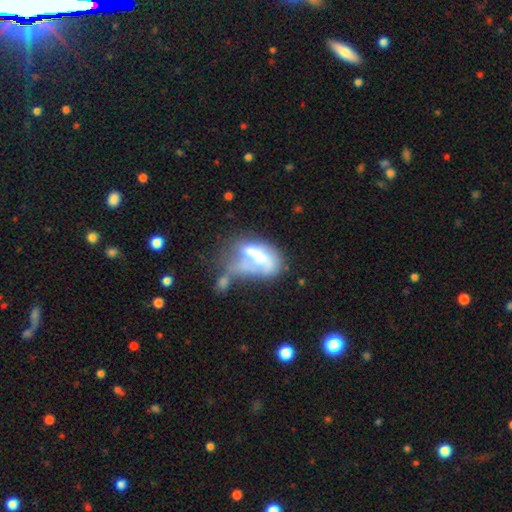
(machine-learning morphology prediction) Overall: smooth (47%; featured or disk 43%). Merging: merger (45%; major disturbance 32%).